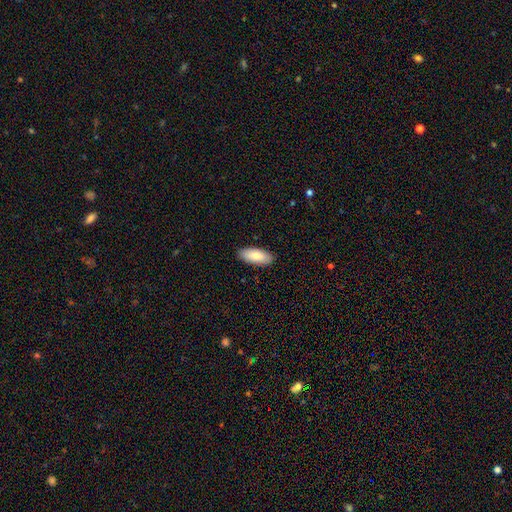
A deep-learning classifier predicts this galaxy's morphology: Q: Smooth or featured?
A: smooth (83%); runner-up: featured or disk (11%)
Q: How rounded?
A: in between (85%); runner-up: cigar-shaped (14%)
Q: Merging?
A: none (90%); runner-up: minor disturbance (8%)